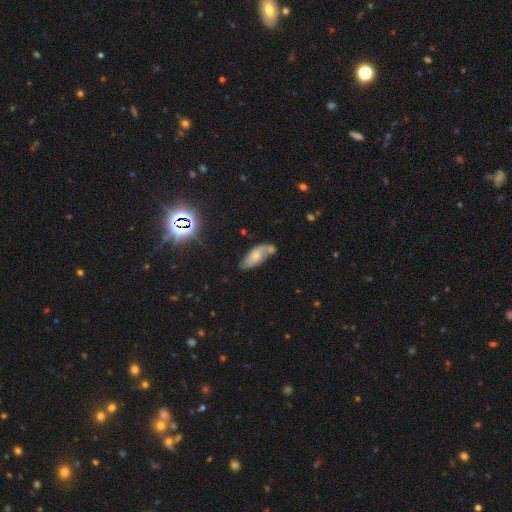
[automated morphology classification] A smooth galaxy with no disk features (46%). Merging: none (46%).